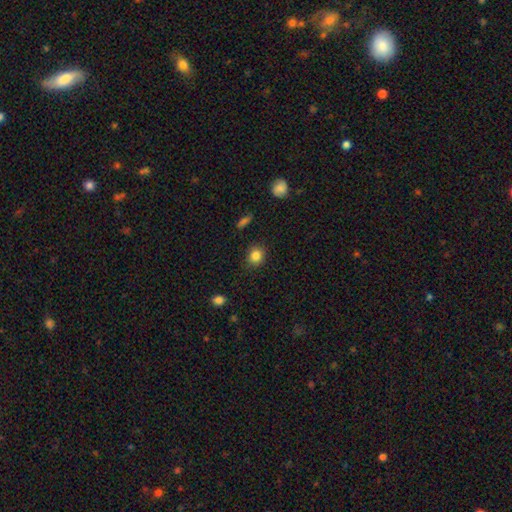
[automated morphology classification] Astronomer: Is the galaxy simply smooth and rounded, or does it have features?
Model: smooth — 85%.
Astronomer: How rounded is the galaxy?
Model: round — 75%.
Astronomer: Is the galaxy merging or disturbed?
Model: none — 87%.